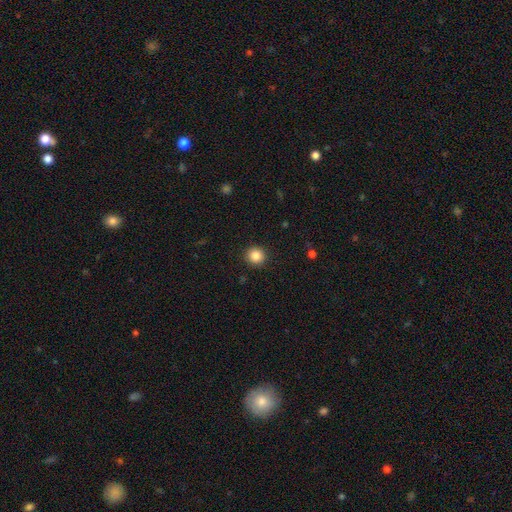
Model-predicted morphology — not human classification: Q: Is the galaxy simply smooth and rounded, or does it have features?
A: smooth — 86%.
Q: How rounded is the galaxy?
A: round — 94%.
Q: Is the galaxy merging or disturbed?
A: none — 92%.